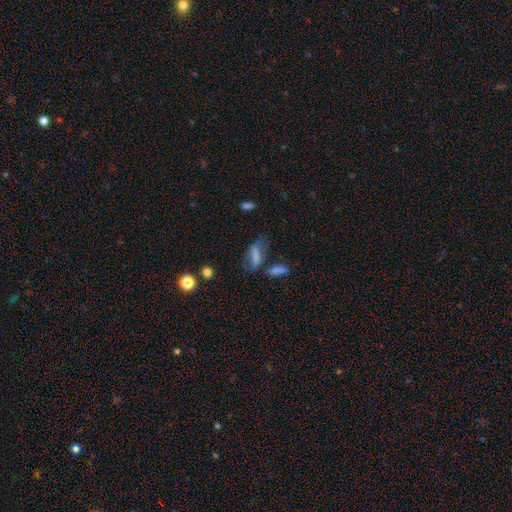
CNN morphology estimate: Smooth or featured? smooth (58%)
How rounded? in between (61%)
Merging? none (45%)